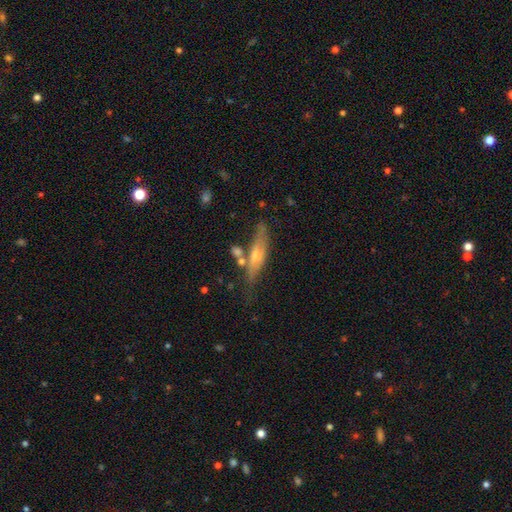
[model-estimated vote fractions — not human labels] A featured or disk galaxy (53%) viewed edge-on (80%).

Vote fractions:
- Smooth or featured? featured or disk: 53% / smooth: 39% / star or artifact: 8%
- Edge-on disk? yes: 80% / no: 20%
- Merging? none: 62% / minor disturbance: 20% / merger: 11% / major disturbance: 7%